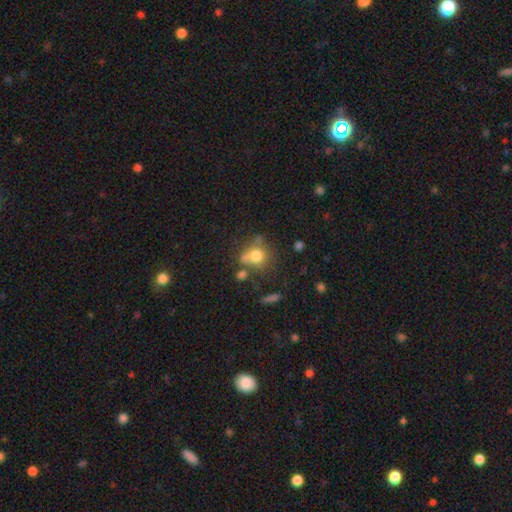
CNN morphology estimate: Smooth or featured?
  - smooth: 73% *
  - featured or disk: 15%
  - star or artifact: 13%
How rounded?
  - round: 74% *
  - in between: 24%
  - cigar-shaped: 1%
Merging?
  - none: 50% *
  - merger: 21%
  - minor disturbance: 19%
  - major disturbance: 10%